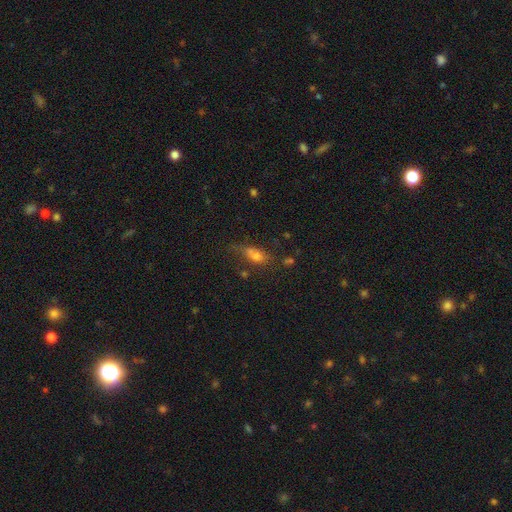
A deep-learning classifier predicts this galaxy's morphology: smooth_or_featured: smooth (p=0.65) [alt: featured or disk p=0.18]
how_rounded: in between (p=0.68) [alt: round p=0.18]
merging: none (p=0.39) [alt: minor disturbance p=0.23]